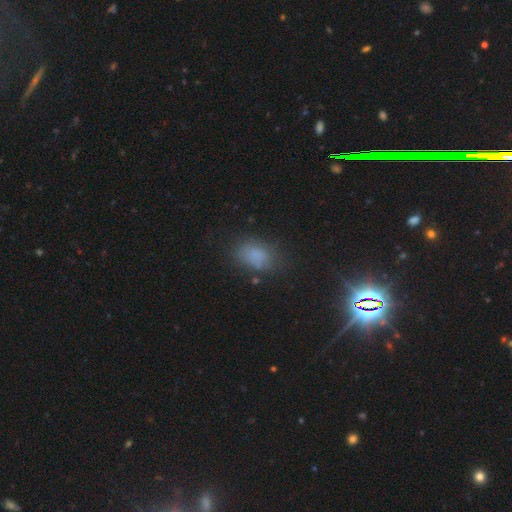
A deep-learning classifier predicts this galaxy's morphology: Q: Smooth or featured?
A: smooth (74%); runner-up: star or artifact (17%)
Q: How rounded?
A: in between (81%); runner-up: round (18%)
Q: Merging?
A: none (69%); runner-up: minor disturbance (20%)